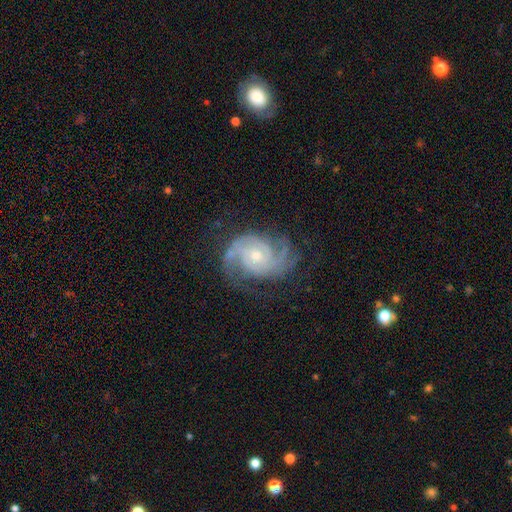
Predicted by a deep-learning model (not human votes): featured or disk 90%, smooth 5%, star or artifact 5%. Down the decision tree: edge-on disk — no (98%); bar — no (69%); spiral arms — yes (98%); spiral arm count — 2 (34%); spiral winding — tight (54%); bulge size — small (49%); merging — none (68%).